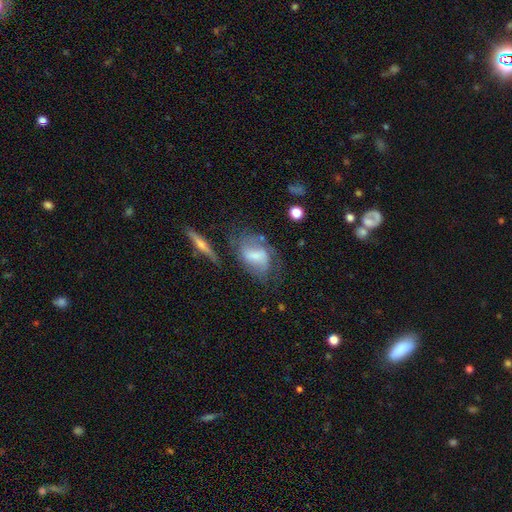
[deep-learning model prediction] This is possibly a featured or disk galaxy (54%). It is clearly not viewed edge-on (92%). Merging: marginally none (42%).